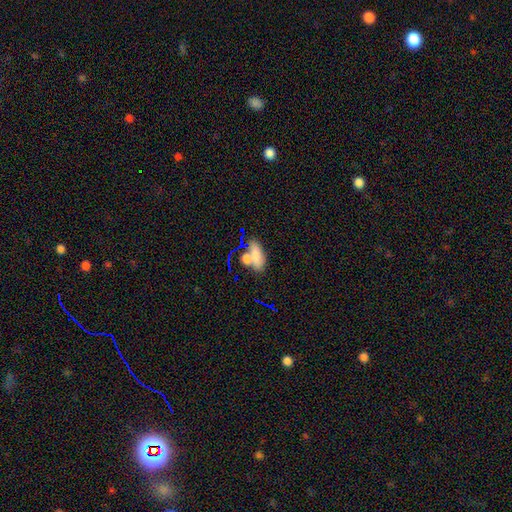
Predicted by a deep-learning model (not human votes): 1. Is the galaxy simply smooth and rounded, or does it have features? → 72% smooth, 15% featured or disk, 13% star or artifact.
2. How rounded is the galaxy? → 74% in between, 17% cigar-shaped, 9% round.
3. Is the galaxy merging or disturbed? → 48% none, 31% merger, 14% minor disturbance, 7% major disturbance.